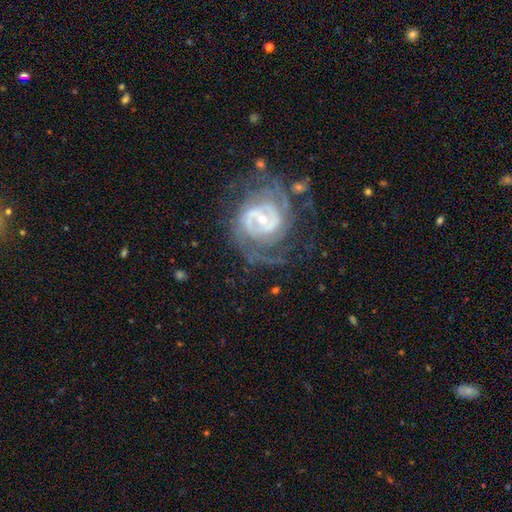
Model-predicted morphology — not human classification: type=featured or disk (86%); edge-on=no (97%); bar=weak (44%); spiral arms=yes (95%); winding=tight (60%); arm count=2 (50%); bulge=small (63%); merging=none (67%).